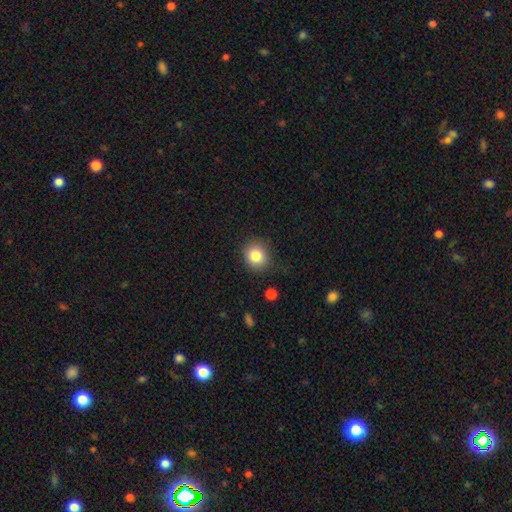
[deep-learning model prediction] Morphology: type=smooth (83%); roundness=round (84%); merging=none (85%).